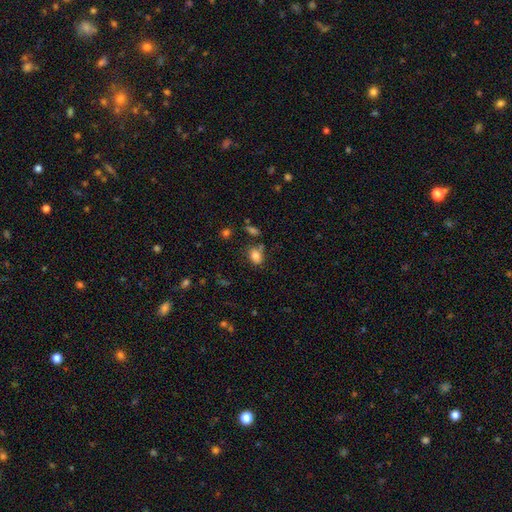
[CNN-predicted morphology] Overall: smooth (81%). How rounded: in between (71%). Merging: none (68%).